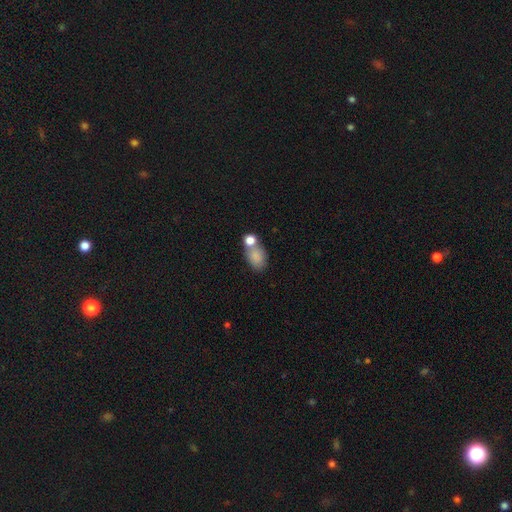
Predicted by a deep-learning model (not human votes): This appears to be a smooth galaxy with no disk features (79%) that is in between round and cigar-shaped (74%). Merging: none (48%).